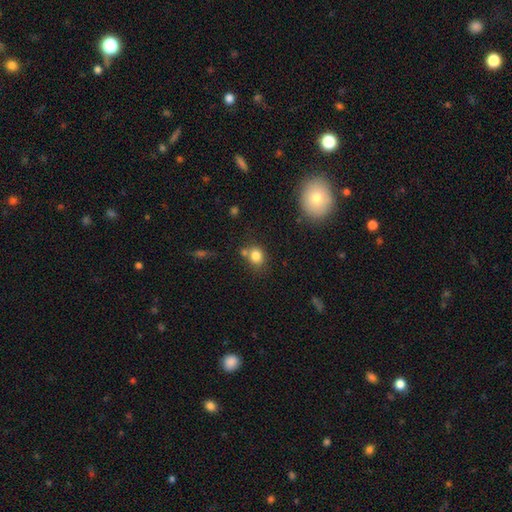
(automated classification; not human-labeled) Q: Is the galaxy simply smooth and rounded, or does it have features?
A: smooth — 81%.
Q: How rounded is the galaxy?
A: round — 63%.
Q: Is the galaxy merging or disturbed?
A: none — 60%.